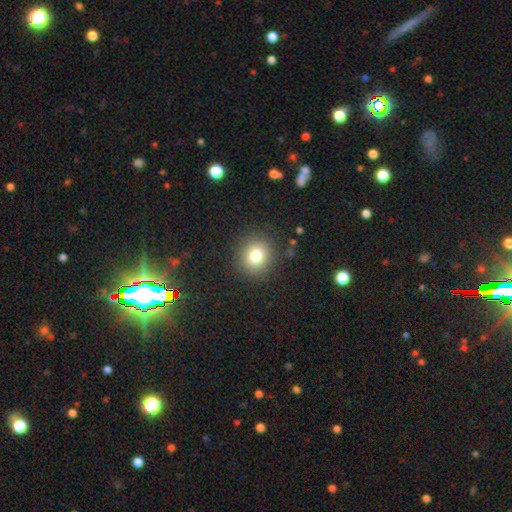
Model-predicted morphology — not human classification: A smooth galaxy with no disk features (78%) that is round (87%). Merging: none (89%).